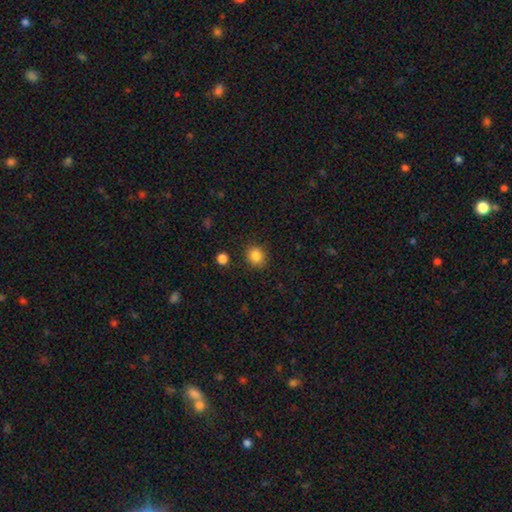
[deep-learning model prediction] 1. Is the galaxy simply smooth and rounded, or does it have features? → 85% smooth, 10% star or artifact, 5% featured or disk.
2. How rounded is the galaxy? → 79% round, 20% in between, 1% cigar-shaped.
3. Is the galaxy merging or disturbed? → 87% none, 8% minor disturbance, 3% major disturbance, 2% merger.